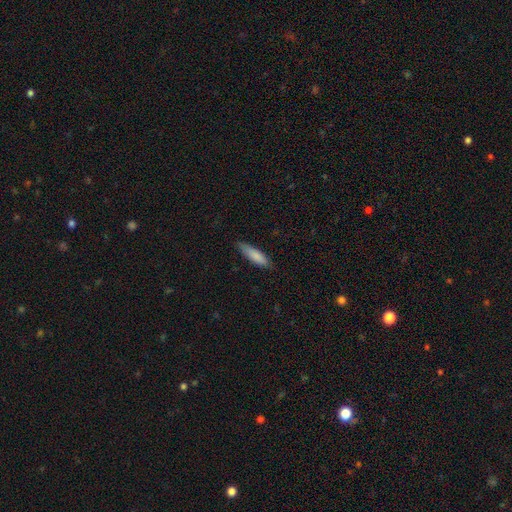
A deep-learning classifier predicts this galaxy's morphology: A smooth galaxy with no disk features (83%) that is cigar-shaped (64%).

Vote fractions:
- Smooth or featured? smooth: 83% / featured or disk: 11% / star or artifact: 6%
- How rounded? cigar-shaped: 64% / in between: 35% / round: 1%
- Merging? none: 77% / minor disturbance: 19% / major disturbance: 3% / merger: 1%